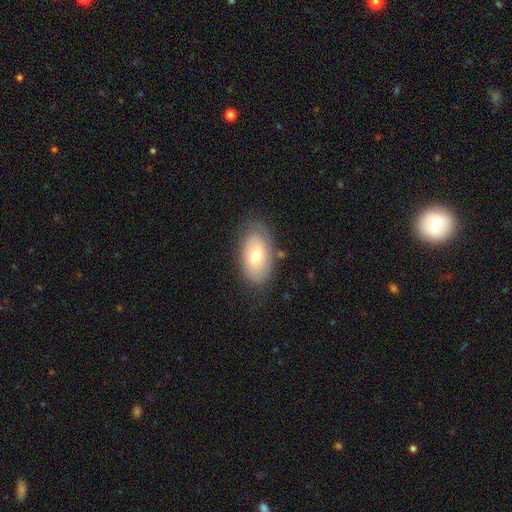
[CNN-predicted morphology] Smooth or featured: smooth — 64% (featured or disk — 29%)
How rounded: in between — 91% (round — 7%)
Merging: none — 74% (minor disturbance — 19%)